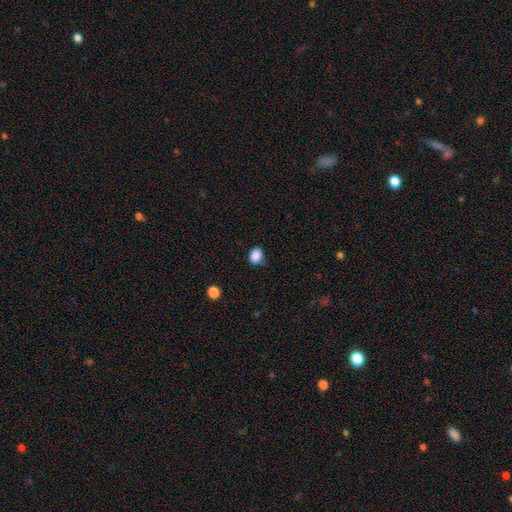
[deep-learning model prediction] Morphology: type=smooth (88%); roundness=in between (69%); merging=none (75%).